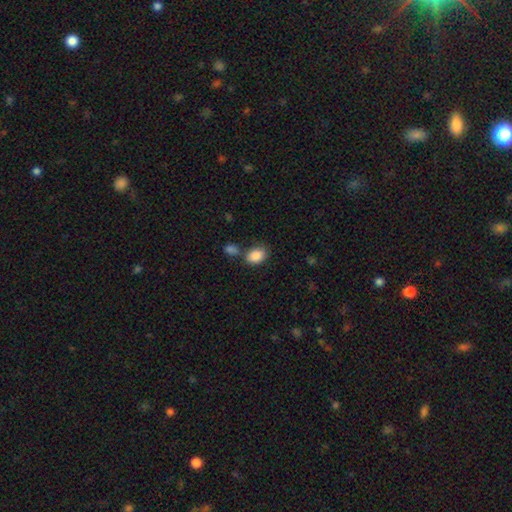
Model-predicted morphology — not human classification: A smooth galaxy with no disk features (88%) that is in between round and cigar-shaped (75%).

Vote fractions:
- Smooth or featured? smooth: 88% / star or artifact: 8% / featured or disk: 4%
- How rounded? in between: 75% / round: 24% / cigar-shaped: 1%
- Merging? none: 60% / merger: 19% / minor disturbance: 16% / major disturbance: 5%